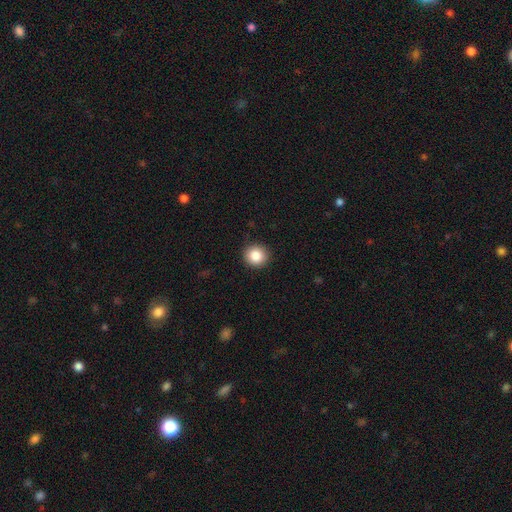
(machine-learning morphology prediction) This appears to be a smooth galaxy with no disk features (87%) that is round (92%). Merging: none (92%).